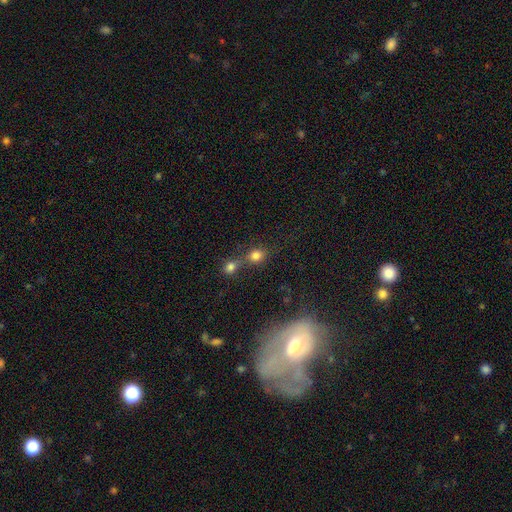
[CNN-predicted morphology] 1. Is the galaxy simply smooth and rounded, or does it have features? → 78% smooth, 14% star or artifact, 8% featured or disk.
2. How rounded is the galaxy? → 68% round, 30% in between, 2% cigar-shaped.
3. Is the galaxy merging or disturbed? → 46% merger, 41% none, 8% minor disturbance, 5% major disturbance.